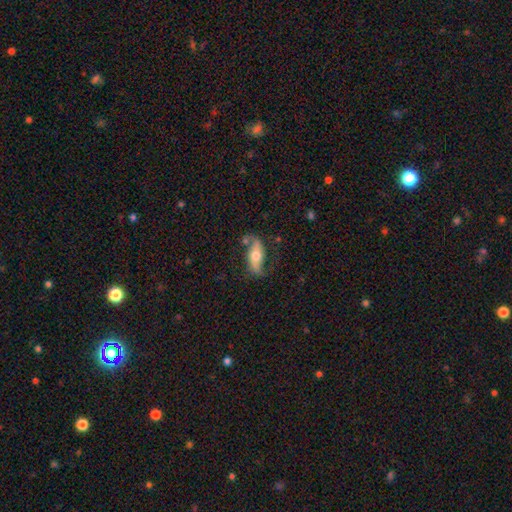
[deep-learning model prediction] Smooth or featured? featured or disk (68%)
Edge-on disk? no (70%)
Merging? none (67%)